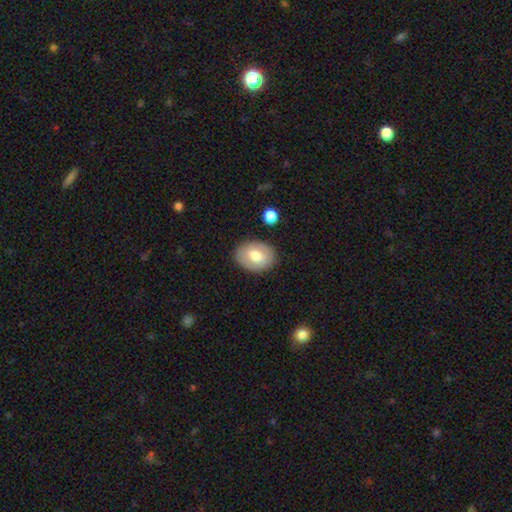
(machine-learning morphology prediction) A smooth galaxy with no disk features (68%) that is in between round and cigar-shaped (71%).

Vote fractions:
- Smooth or featured? smooth: 68% / featured or disk: 26% / star or artifact: 7%
- How rounded? in between: 71% / round: 28% / cigar-shaped: 1%
- Merging? none: 85% / minor disturbance: 10% / major disturbance: 3% / merger: 2%